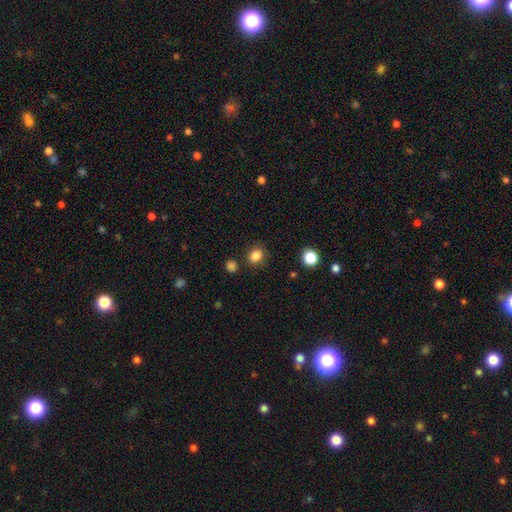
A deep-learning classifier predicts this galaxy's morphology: smooth 85%, star or artifact 11%, featured or disk 4%. Down the decision tree: how rounded — round (64%); merging — none (84%).